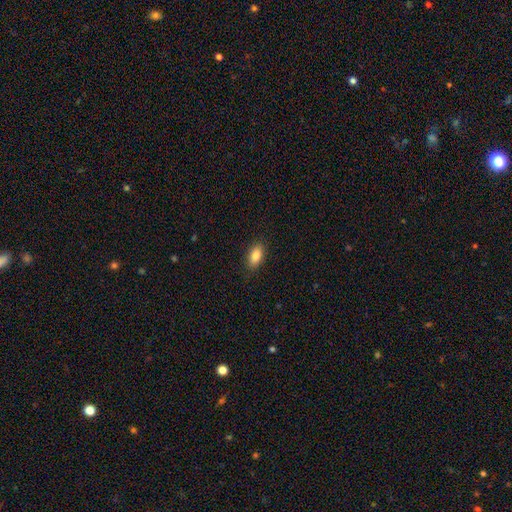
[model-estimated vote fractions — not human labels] This is clearly a smooth galaxy (86%). How rounded: clearly in between (90%). Merging: clearly none (88%).